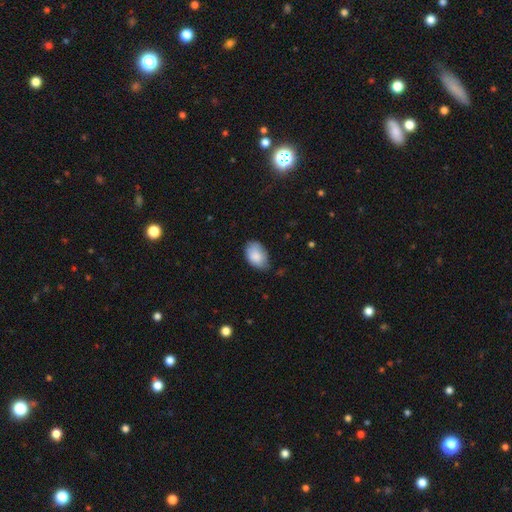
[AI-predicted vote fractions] The model was most divided on "merging": none: 61%, minor disturbance: 32%, major disturbance: 5%, merger: 2%. More confident: how rounded — in between (90%); smooth or featured — smooth (85%).